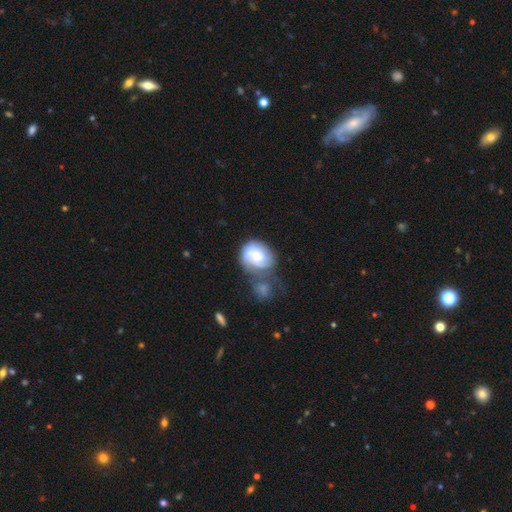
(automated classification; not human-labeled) Smooth or featured? Predicted: featured or disk (p=0.58). Edge-on disk? Predicted: no (p=0.98). Bar? Predicted: no (p=0.66). Spiral arms? Predicted: yes (p=0.81). Bulge size? Predicted: moderate (p=0.41). Merging? Predicted: merger (p=0.41).